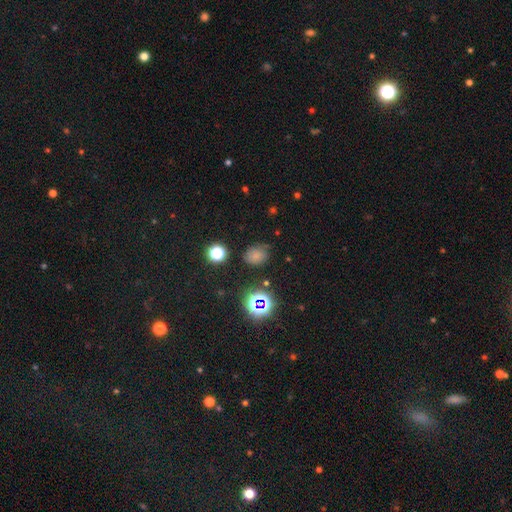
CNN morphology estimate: The model was most divided on "how rounded": in between: 53%, round: 46%, cigar-shaped: 1%. More confident: merging — none (67%); smooth or featured — smooth (65%).